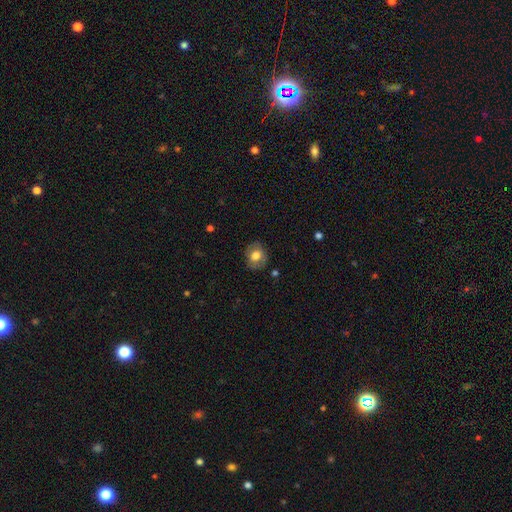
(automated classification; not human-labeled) Morphology: type=smooth (71%); roundness=round (65%); merging=none (82%).